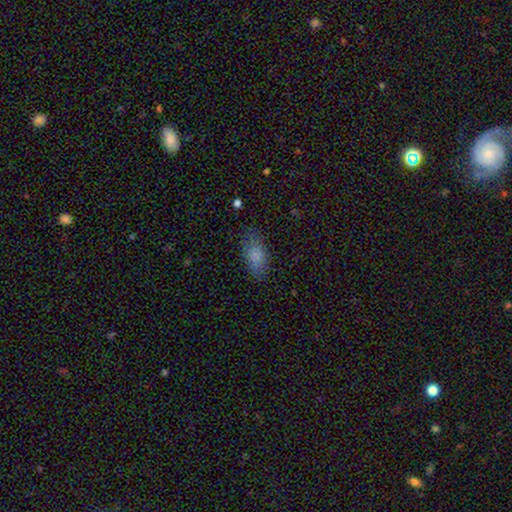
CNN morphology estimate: type=smooth (83%); roundness=in between (89%); merging=none (76%).